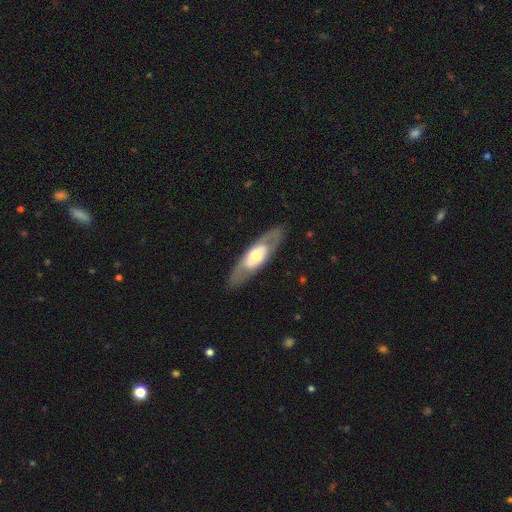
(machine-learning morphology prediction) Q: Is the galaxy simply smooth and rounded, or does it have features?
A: featured or disk — 63%.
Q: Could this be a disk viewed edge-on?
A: no — 65%.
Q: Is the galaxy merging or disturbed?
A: none — 83%.